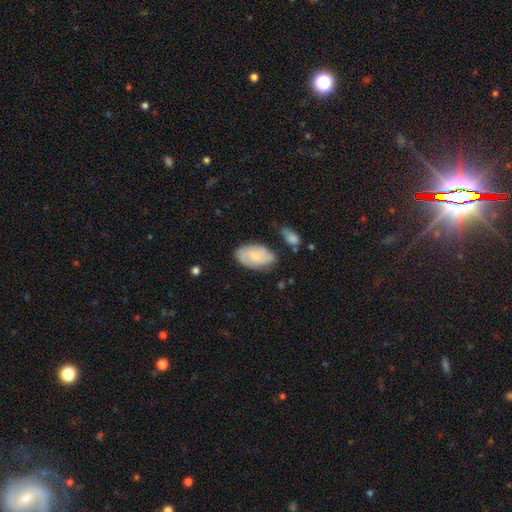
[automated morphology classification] Smooth or featured? featured or disk (47%)
Merging? none (66%)